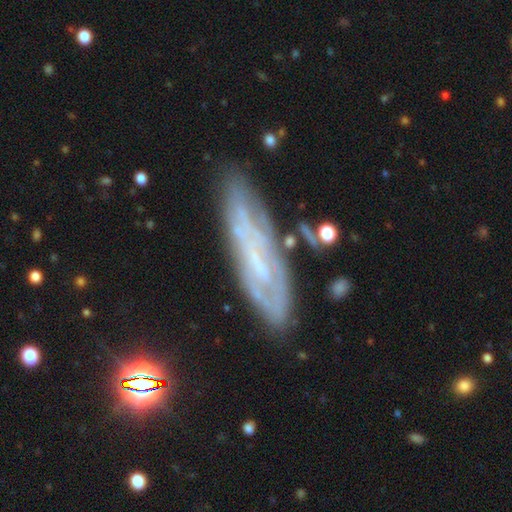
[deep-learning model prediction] Smooth or featured? featured or disk (68%)
Edge-on disk? no (64%)
Merging? none (73%)